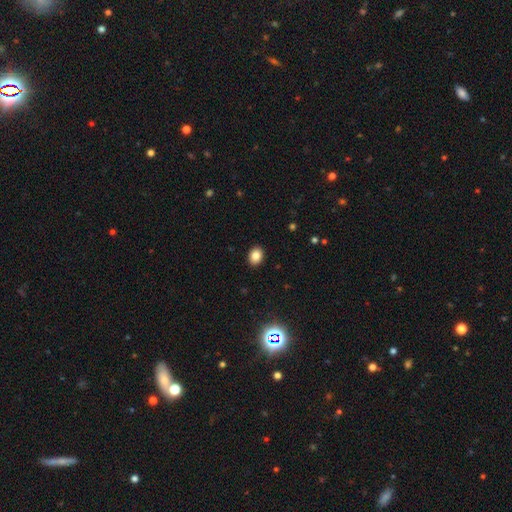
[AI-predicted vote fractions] Overall: smooth (84%). How rounded: in between (62%; round 37%). Merging: none (91%).